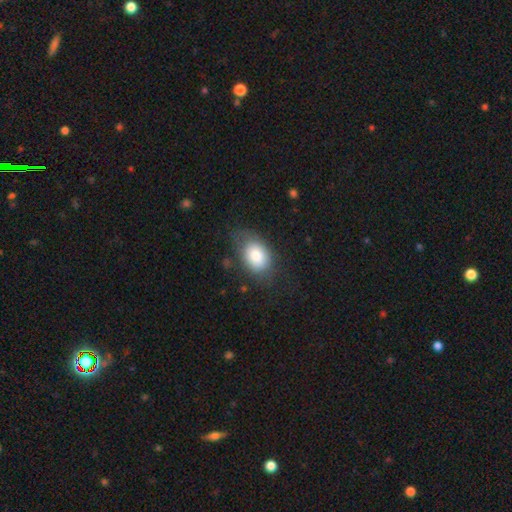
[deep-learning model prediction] A smooth galaxy with no disk features (80%) that is in between round and cigar-shaped (78%).

Vote fractions:
- Smooth or featured? smooth: 80% / featured or disk: 12% / star or artifact: 8%
- How rounded? in between: 78% / round: 21% / cigar-shaped: 1%
- Merging? none: 63% / minor disturbance: 25% / major disturbance: 10% / merger: 2%